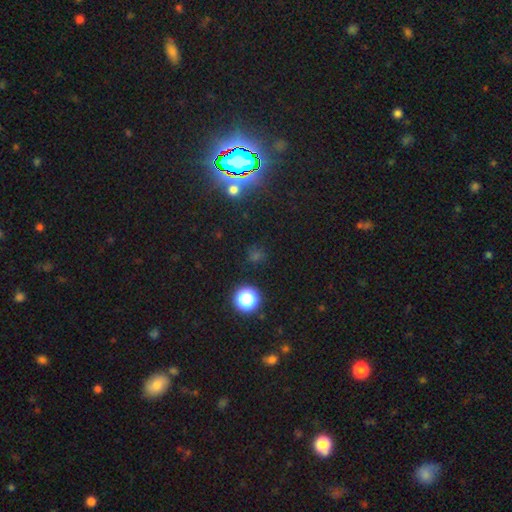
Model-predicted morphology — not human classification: star or artifact 55%, smooth 38%, featured or disk 8%.